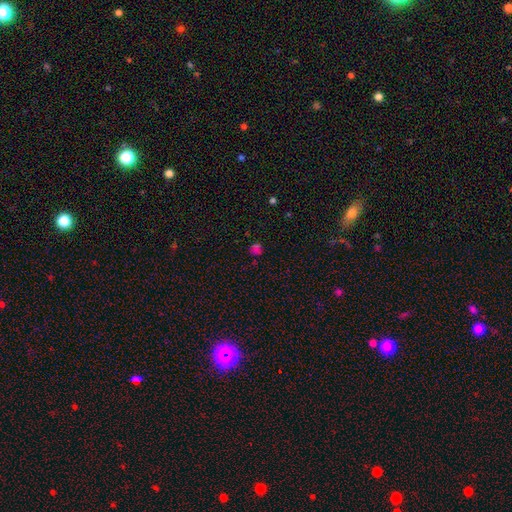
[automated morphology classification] Smooth or featured? Predicted: star or artifact (p=0.58).